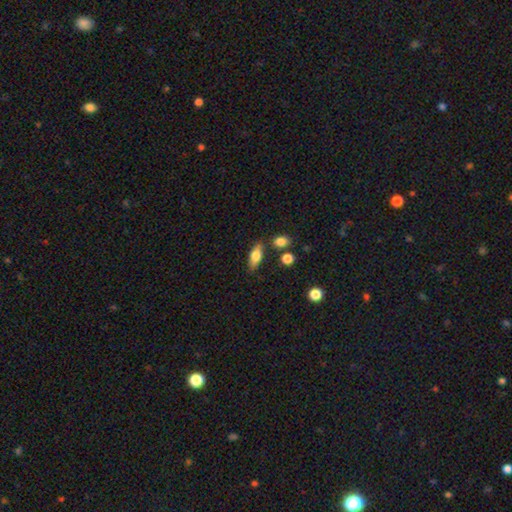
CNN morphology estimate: Smooth or featured? Predicted: smooth (p=0.71). How rounded? Predicted: in between (p=0.78). Merging? Predicted: none (p=0.74).